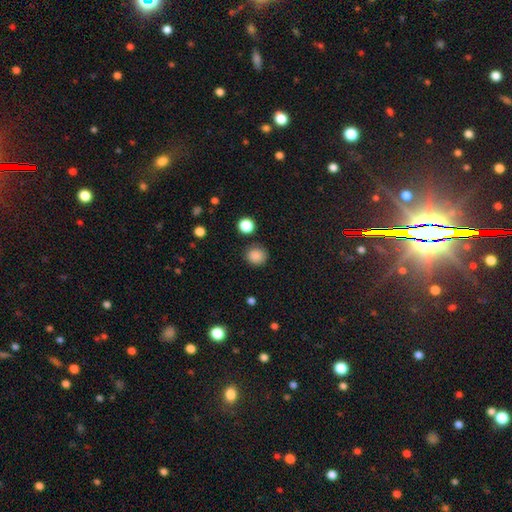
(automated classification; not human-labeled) Smooth or featured? smooth (86%)
How rounded? round (91%)
Merging? none (86%)